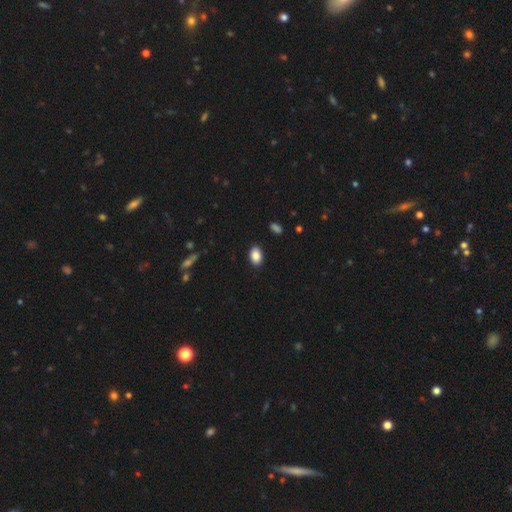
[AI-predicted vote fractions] smooth_or_featured: smooth (p=0.88) [alt: star or artifact p=0.08]
how_rounded: in between (p=0.86) [alt: round p=0.12]
merging: none (p=0.88) [alt: minor disturbance p=0.08]